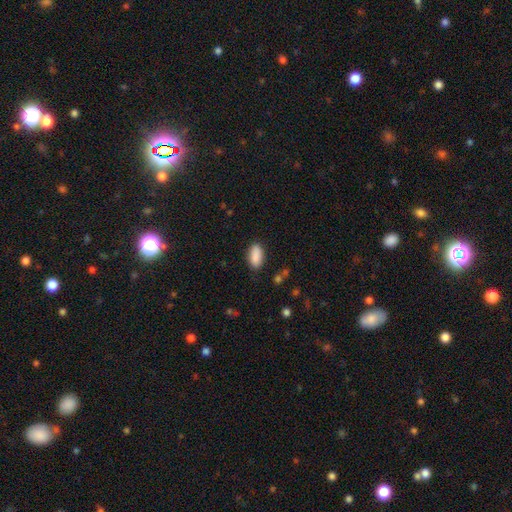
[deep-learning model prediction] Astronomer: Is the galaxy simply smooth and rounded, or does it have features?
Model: smooth — 89%.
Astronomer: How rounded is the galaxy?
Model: in between — 90%.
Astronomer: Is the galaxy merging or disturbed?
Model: none — 84%.